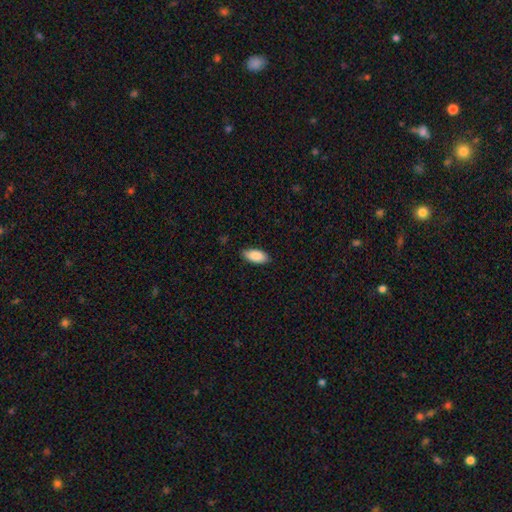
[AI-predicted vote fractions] This is clearly a smooth galaxy (89%). How rounded: clearly in between (90%). Merging: clearly none (86%).